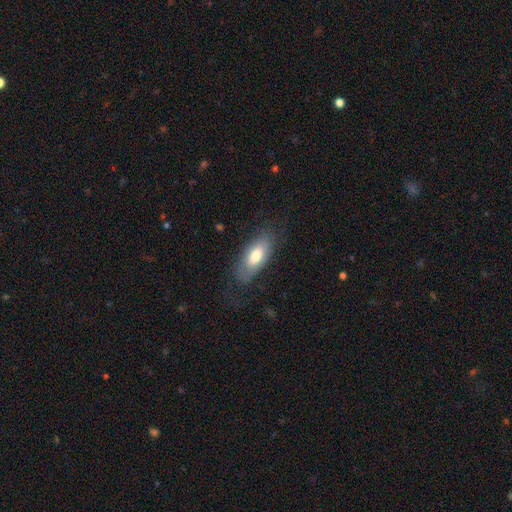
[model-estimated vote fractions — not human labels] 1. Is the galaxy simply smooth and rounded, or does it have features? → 66% smooth, 27% featured or disk, 6% star or artifact.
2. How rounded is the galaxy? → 83% in between, 14% cigar-shaped, 2% round.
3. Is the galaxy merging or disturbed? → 71% none, 20% minor disturbance, 9% major disturbance, 1% merger.